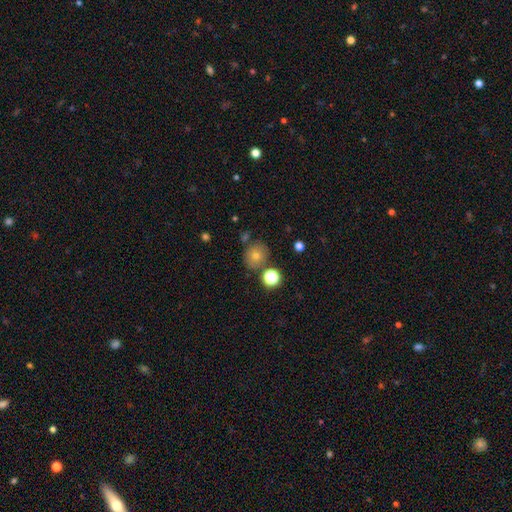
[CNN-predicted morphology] type=smooth (67%); roundness=round (83%); merging=none (76%).